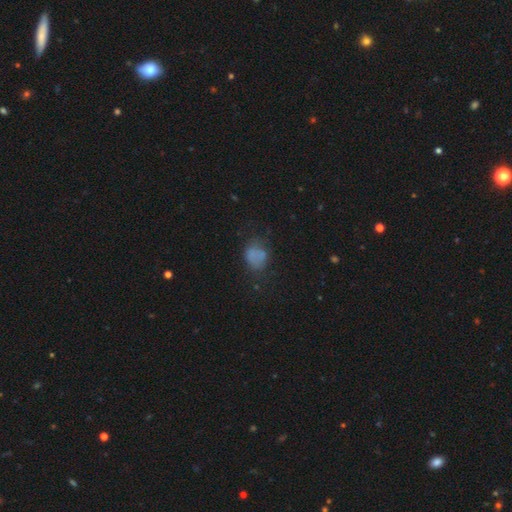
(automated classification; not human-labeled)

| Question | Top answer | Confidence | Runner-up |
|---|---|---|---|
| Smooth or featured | smooth | 66% | featured or disk (18%) |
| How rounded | round | 50% | in between (49%) |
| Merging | none | 50% | minor disturbance (25%) |